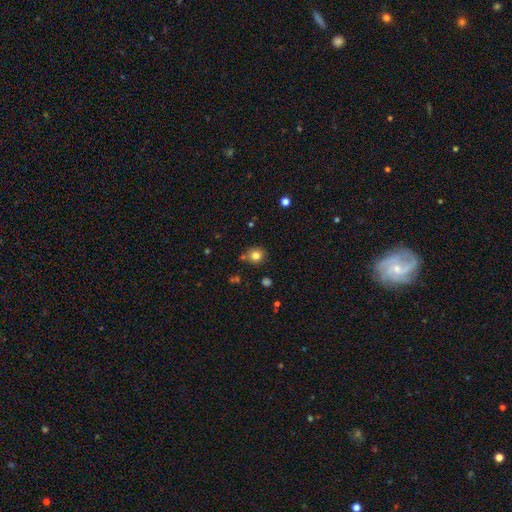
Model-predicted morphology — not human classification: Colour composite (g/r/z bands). It shows a smooth galaxy with no disk features (80%) that is round (86%). Merging: none (78%).